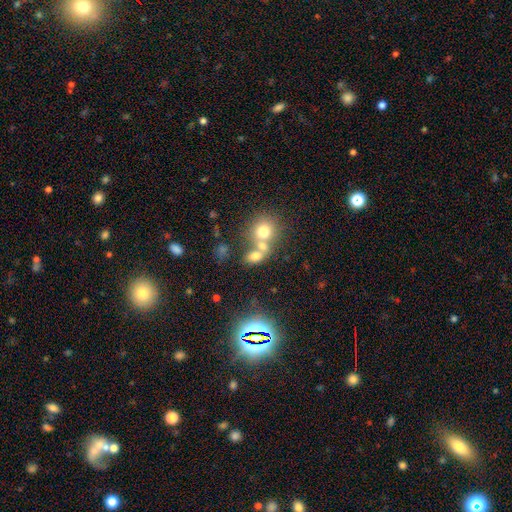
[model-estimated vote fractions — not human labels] smooth-or-featured: smooth: 68% | star or artifact: 16% | featured or disk: 16%
  how-rounded: in between: 58% | round: 40% | cigar-shaped: 2%
  merging: merger: 54% | none: 33% | minor disturbance: 8% | major disturbance: 5%